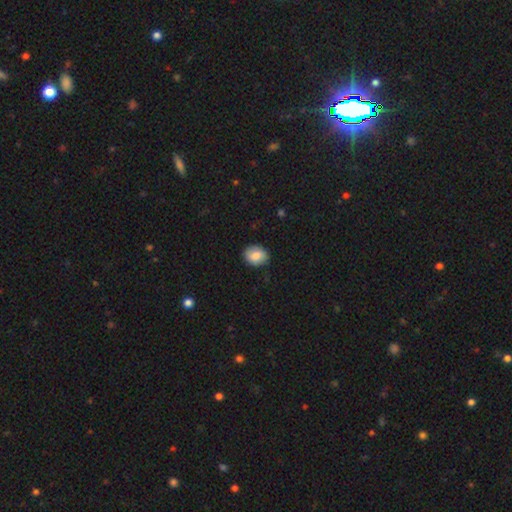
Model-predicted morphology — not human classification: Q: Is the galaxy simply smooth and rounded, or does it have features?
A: smooth — 83%.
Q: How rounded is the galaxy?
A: in between — 50%.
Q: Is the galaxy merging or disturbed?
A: none — 86%.